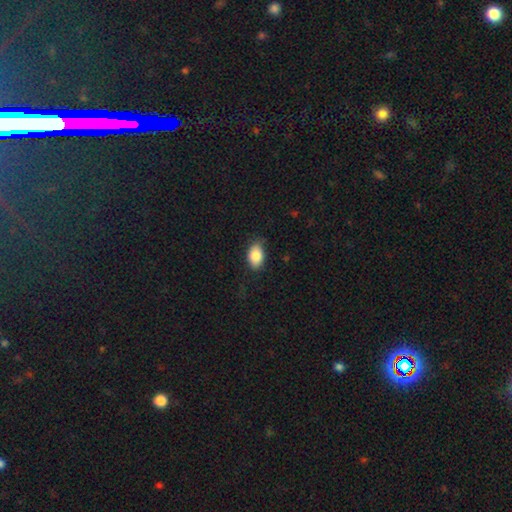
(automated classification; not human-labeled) A smooth galaxy with no disk features (85%) that is in between round and cigar-shaped (88%).

Vote fractions:
- Smooth or featured? smooth: 85% / star or artifact: 7% / featured or disk: 7%
- How rounded? in between: 88% / round: 10% / cigar-shaped: 2%
- Merging? none: 77% / minor disturbance: 18% / major disturbance: 4% / merger: 1%